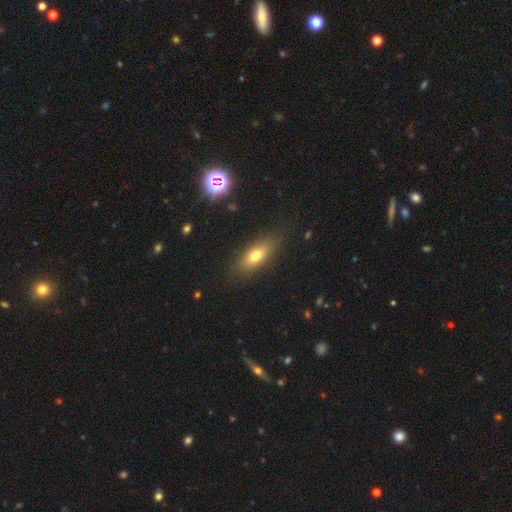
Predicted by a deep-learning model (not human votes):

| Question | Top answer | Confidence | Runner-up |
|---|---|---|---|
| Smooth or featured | smooth | 70% | featured or disk (21%) |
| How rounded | in between | 74% | cigar-shaped (21%) |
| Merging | none | 83% | minor disturbance (12%) |